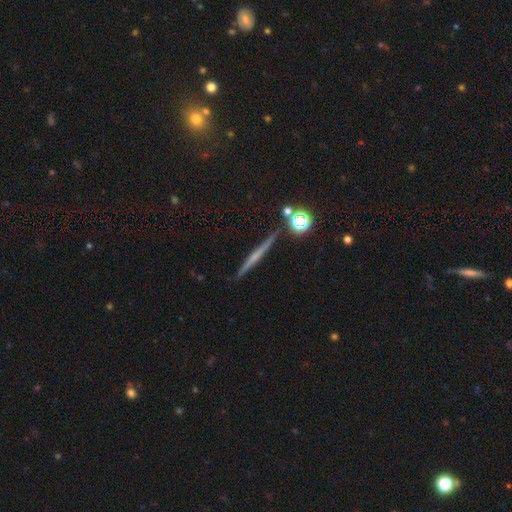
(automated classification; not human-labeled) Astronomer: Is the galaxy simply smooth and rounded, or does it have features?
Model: featured or disk — 58%.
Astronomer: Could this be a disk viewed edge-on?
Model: yes — 97%.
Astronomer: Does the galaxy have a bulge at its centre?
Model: none — 69%.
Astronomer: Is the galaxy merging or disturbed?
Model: none — 90%.